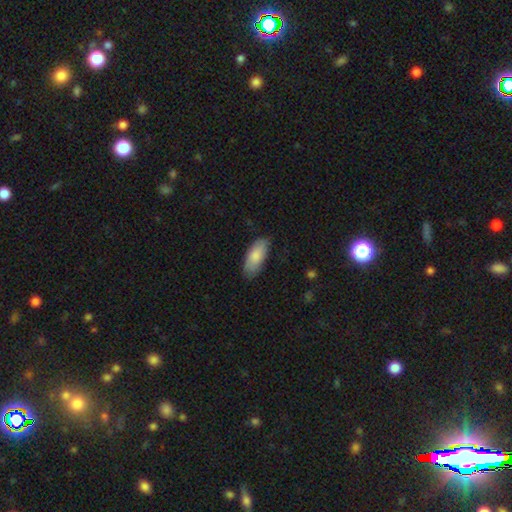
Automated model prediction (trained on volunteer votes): smooth_or_featured: smooth (p=0.83) [alt: featured or disk p=0.11]
how_rounded: in between (p=0.85) [alt: cigar-shaped p=0.13]
merging: none (p=0.78) [alt: minor disturbance p=0.18]